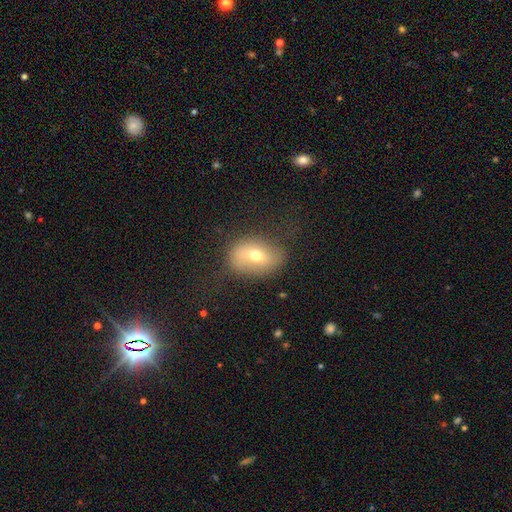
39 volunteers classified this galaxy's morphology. A smooth galaxy with no disk features (67%) that is in between round and cigar-shaped (85%). Merging: none (69%).